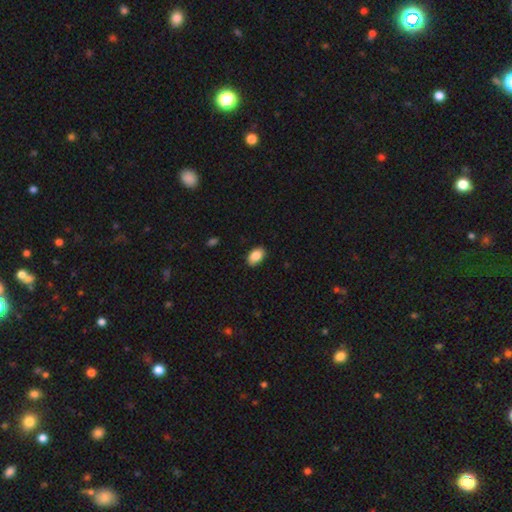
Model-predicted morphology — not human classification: This appears to be a smooth galaxy with no disk features (87%) that is in between round and cigar-shaped (90%). Merging: none (88%).